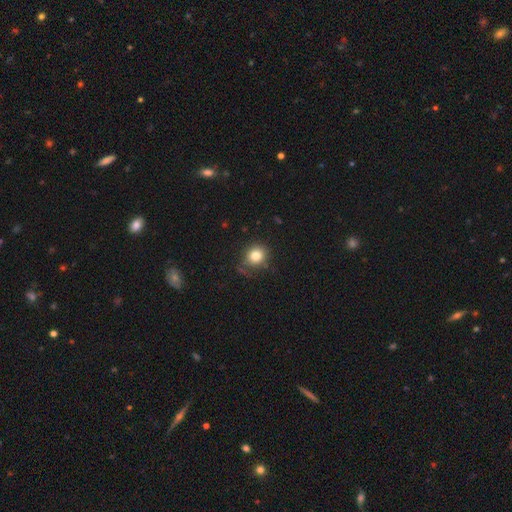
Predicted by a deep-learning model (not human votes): smooth_or_featured: smooth (p=0.80) [alt: star or artifact p=0.12]
how_rounded: round (p=0.84) [alt: in between p=0.16]
merging: none (p=0.78) [alt: minor disturbance p=0.15]